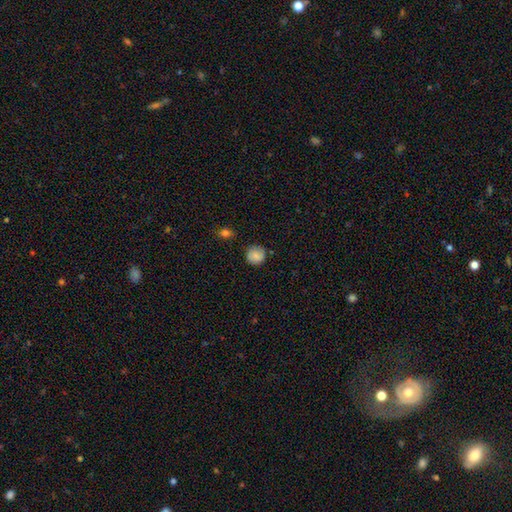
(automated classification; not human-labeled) smooth_or_featured: smooth (p=0.81) [alt: featured or disk p=0.10]
how_rounded: round (p=0.91) [alt: in between p=0.08]
merging: none (p=0.83) [alt: minor disturbance p=0.13]